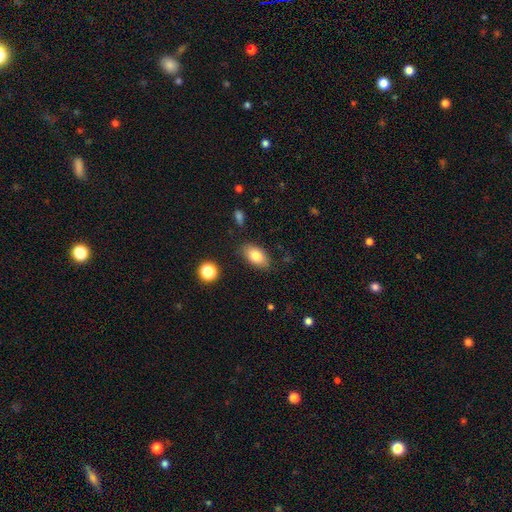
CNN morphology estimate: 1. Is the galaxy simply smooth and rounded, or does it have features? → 81% smooth, 11% featured or disk, 8% star or artifact.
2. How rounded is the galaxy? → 91% in between, 6% round, 3% cigar-shaped.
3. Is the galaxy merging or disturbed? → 82% none, 13% minor disturbance, 3% major disturbance, 2% merger.